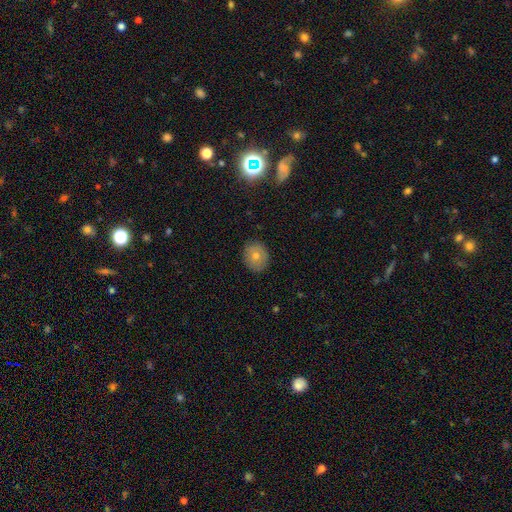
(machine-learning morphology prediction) Smooth or featured: smooth — 64% (featured or disk — 21%)
How rounded: round — 80% (in between — 19%)
Merging: none — 88% (minor disturbance — 9%)